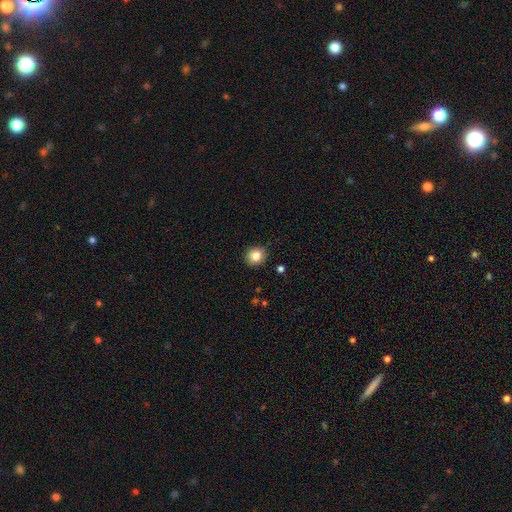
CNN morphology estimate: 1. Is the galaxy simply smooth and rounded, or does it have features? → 83% smooth, 10% star or artifact, 7% featured or disk.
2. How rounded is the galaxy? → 88% round, 11% in between, 1% cigar-shaped.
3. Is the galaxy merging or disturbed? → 91% none, 6% minor disturbance, 2% major disturbance, 1% merger.